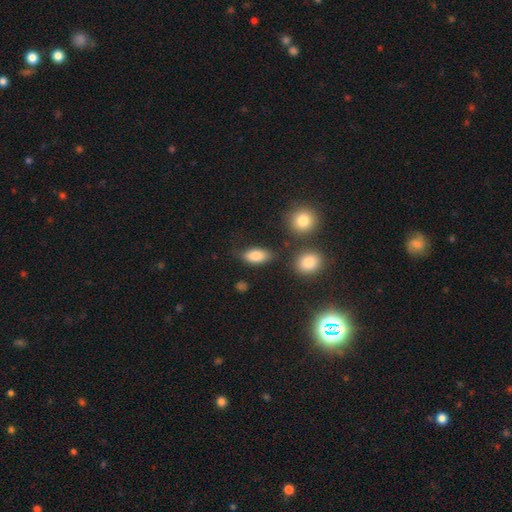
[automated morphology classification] A smooth galaxy with no disk features (84%) that is in between round and cigar-shaped (89%).

Vote fractions:
- Smooth or featured? smooth: 84% / star or artifact: 8% / featured or disk: 7%
- How rounded? in between: 89% / round: 7% / cigar-shaped: 5%
- Merging? none: 71% / minor disturbance: 18% / major disturbance: 6% / merger: 6%